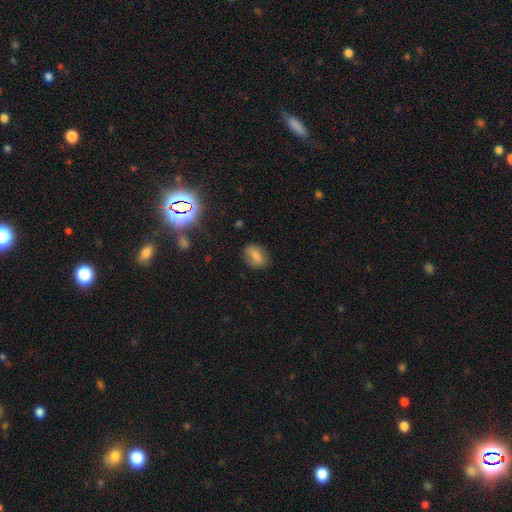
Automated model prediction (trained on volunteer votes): Morphology: type=smooth (77%); roundness=in between (77%); merging=none (79%).